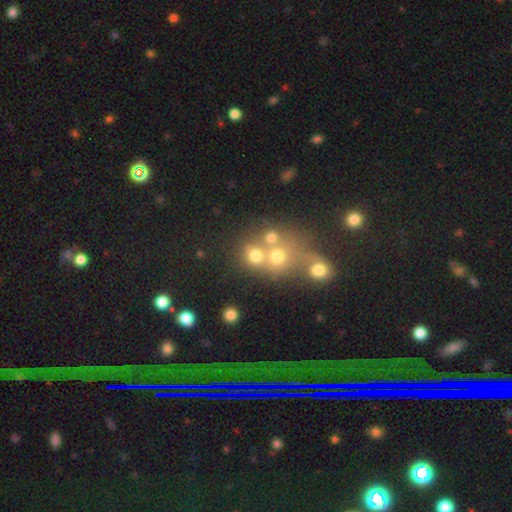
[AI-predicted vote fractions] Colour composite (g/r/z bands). It shows a smooth galaxy with no disk features (68%) that is round (79%). Merging: none (47%).